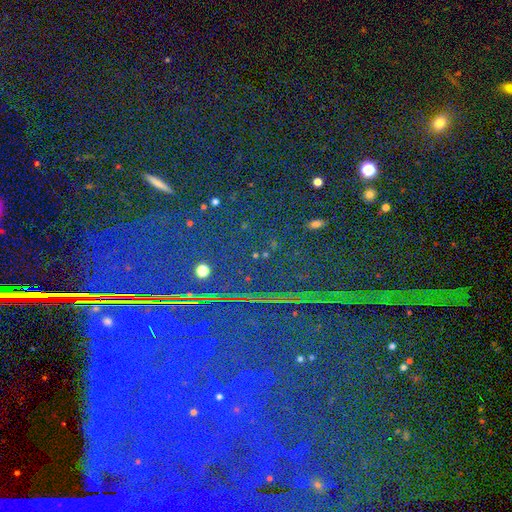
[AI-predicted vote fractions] Smooth or featured? star or artifact (78%)